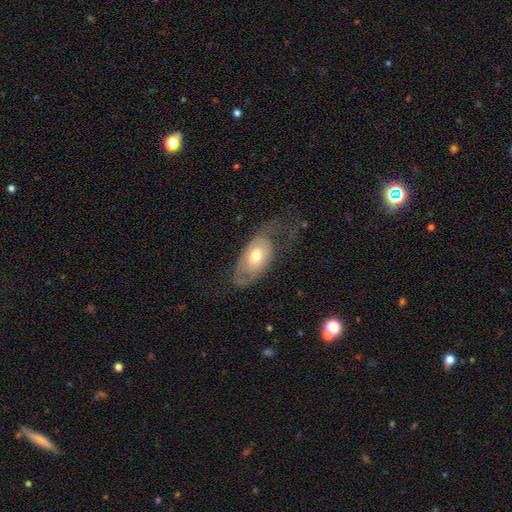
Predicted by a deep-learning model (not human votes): A smooth galaxy with no disk features (54%) that is in between round and cigar-shaped (91%). Merging: major disturbance (39%).